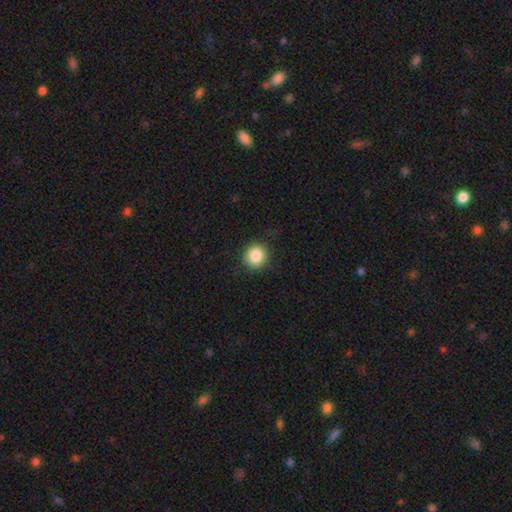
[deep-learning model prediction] smooth_or_featured: smooth (p=0.86) [alt: star or artifact p=0.09]
how_rounded: round (p=0.90) [alt: in between p=0.09]
merging: none (p=0.89) [alt: minor disturbance p=0.07]